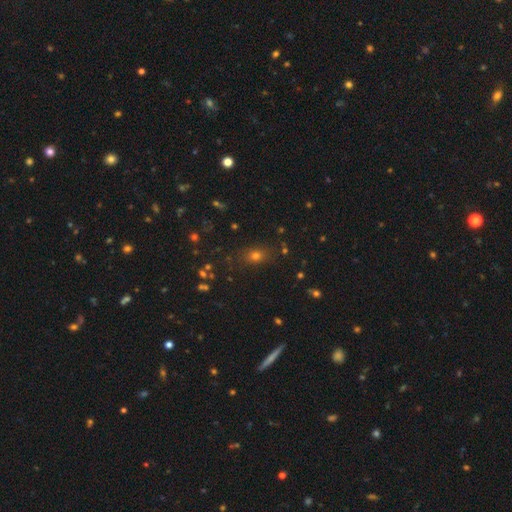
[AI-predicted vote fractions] Smooth or featured? smooth (66%)
How rounded? in between (52%)
Merging? none (81%)